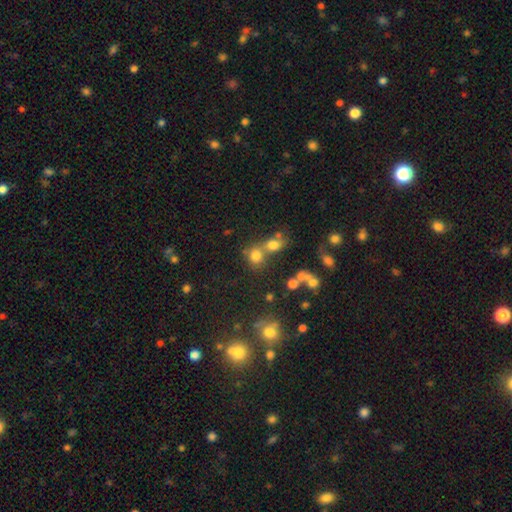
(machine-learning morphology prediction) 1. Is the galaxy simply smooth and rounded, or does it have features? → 72% smooth, 17% star or artifact, 11% featured or disk.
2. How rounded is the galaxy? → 76% round, 22% in between, 2% cigar-shaped.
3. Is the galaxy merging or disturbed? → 43% none (tied), 43% merger (tied), 9% minor disturbance, 5% major disturbance.